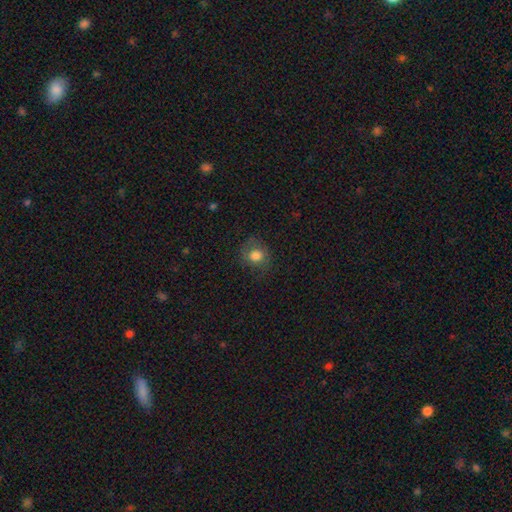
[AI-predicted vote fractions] Smooth or featured: smooth — 77% (featured or disk — 12%)
How rounded: round — 76% (in between — 23%)
Merging: none — 72% (minor disturbance — 18%)